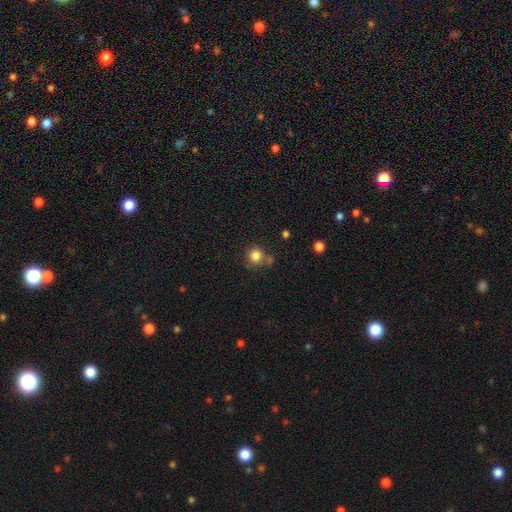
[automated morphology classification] This is clearly a smooth galaxy (83%). How rounded: clearly round (92%). Merging: likely none (70%).